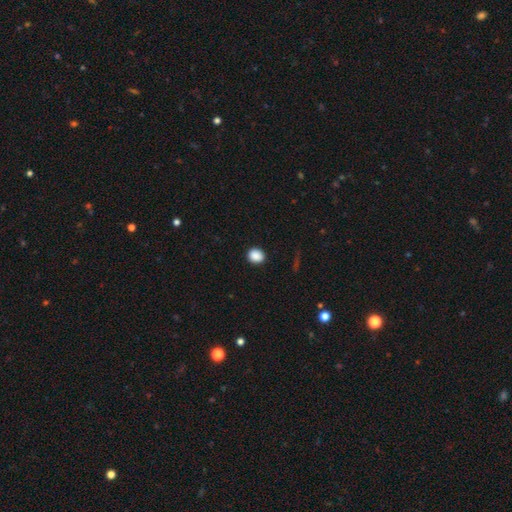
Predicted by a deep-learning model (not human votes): Overall: smooth (89%). How rounded: round (68%; in between 31%). Merging: none (91%).